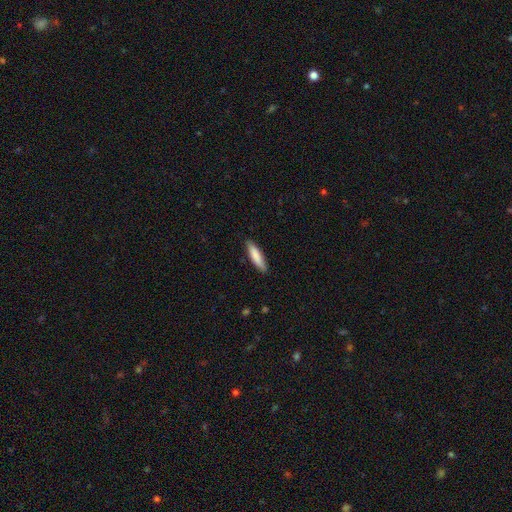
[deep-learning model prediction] The model was most divided on "how rounded": cigar-shaped: 77%, in between: 21%, round: 1%. More confident: merging — none (86%); smooth or featured — smooth (83%).